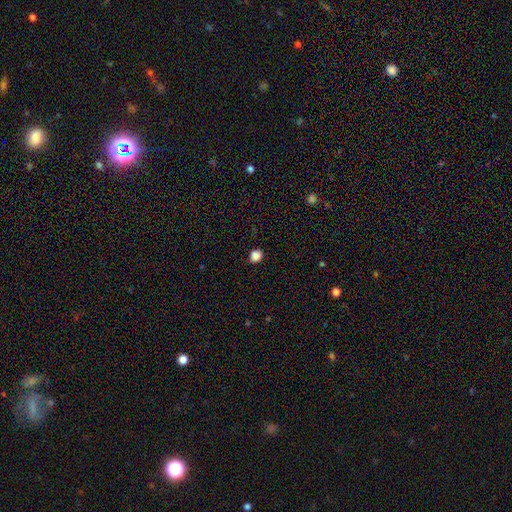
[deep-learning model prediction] smooth_or_featured: smooth (p=0.86) [alt: star or artifact p=0.11]
how_rounded: round (p=0.73) [alt: in between p=0.26]
merging: none (p=0.88) [alt: minor disturbance p=0.08]